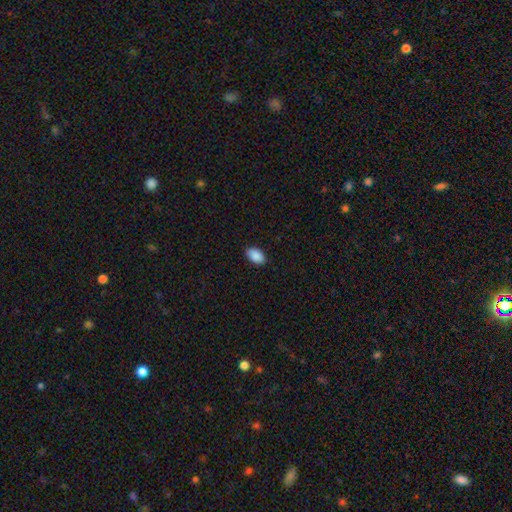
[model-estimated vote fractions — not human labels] Overall: smooth (90%). How rounded: in between (93%). Merging: none (88%).